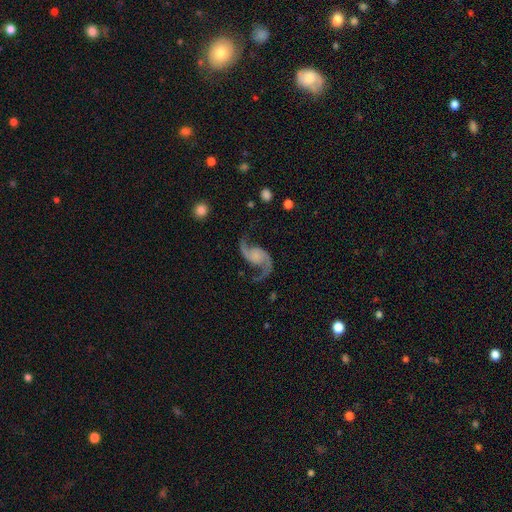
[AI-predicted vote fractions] Q: Smooth or featured?
A: featured or disk (92%); runner-up: star or artifact (4%)
Q: Edge-on disk?
A: no (98%); runner-up: yes (2%)
Q: Bar?
A: no (67%); runner-up: weak (25%)
Q: Spiral arms?
A: yes (98%); runner-up: no (2%)
Q: Spiral winding?
A: loose (70%); runner-up: medium (25%)
Q: Spiral arm count?
A: 2 (94%); runner-up: 1 (2%)
Q: Bulge size?
A: none (40%); runner-up: small (33%)
Q: Merging?
A: none (76%); runner-up: minor disturbance (14%)